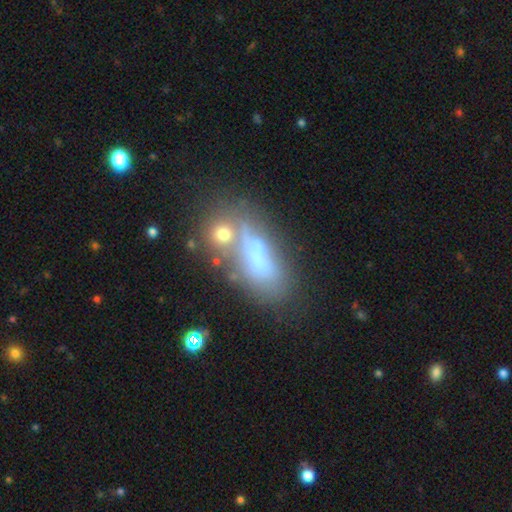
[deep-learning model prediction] Smooth or featured? Predicted: smooth (p=0.50). How rounded? Predicted: in between (p=0.69). Merging? Predicted: none (p=0.33).